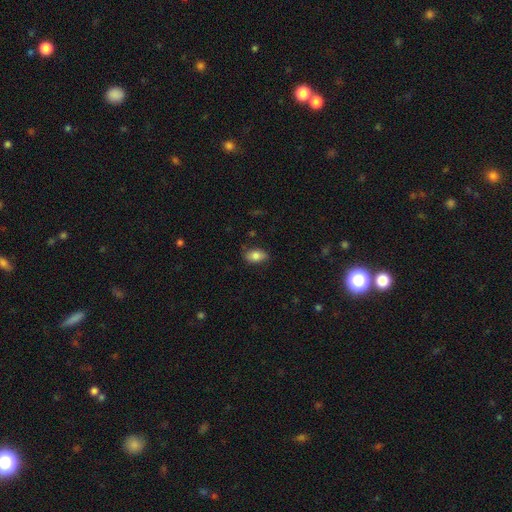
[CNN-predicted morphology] smooth-or-featured: smooth: 81% | featured or disk: 11% | star or artifact: 8%
  how-rounded: in between: 90% | round: 7% | cigar-shaped: 3%
  merging: none: 76% | minor disturbance: 19% | major disturbance: 4% | merger: 2%